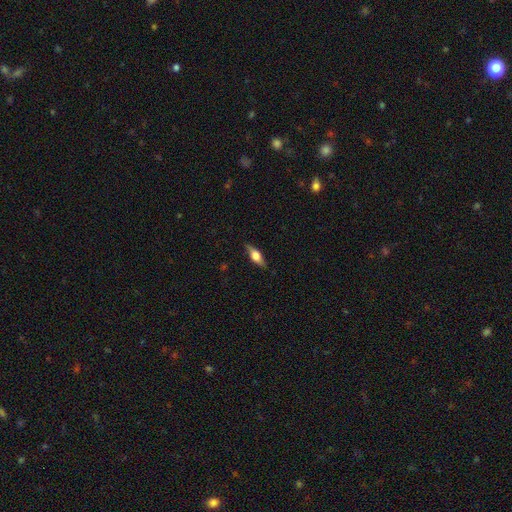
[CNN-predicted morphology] Smooth or featured: featured or disk — 47% (smooth — 46%)
Merging: none — 84% (minor disturbance — 12%)